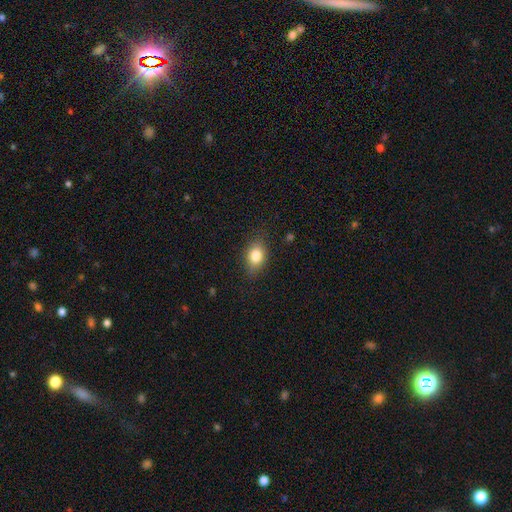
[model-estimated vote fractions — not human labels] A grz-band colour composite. It shows a smooth galaxy with no disk features (80%) that is in between round and cigar-shaped (70%). Merging: none (80%).